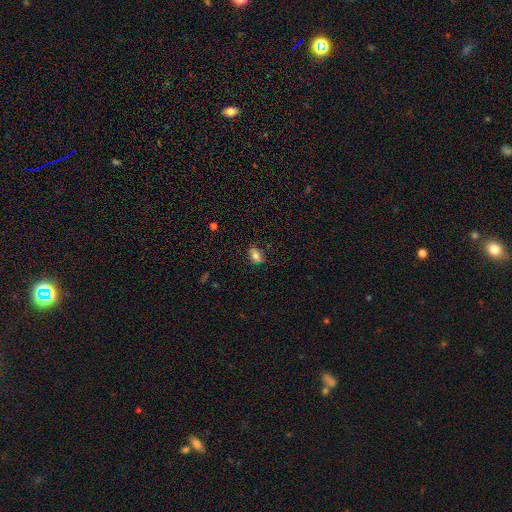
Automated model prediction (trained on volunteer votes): This appears to be a smooth galaxy with no disk features (75%) that is in between round and cigar-shaped (80%). Merging: none (78%).